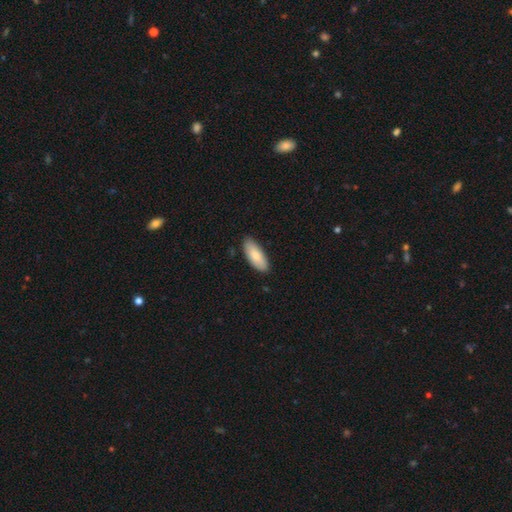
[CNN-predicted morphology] smooth-or-featured: smooth: 80% | featured or disk: 15% | star or artifact: 5%
  how-rounded: in between: 84% | cigar-shaped: 15% | round: 2%
  merging: none: 87% | minor disturbance: 10% | major disturbance: 2% | merger: 1%